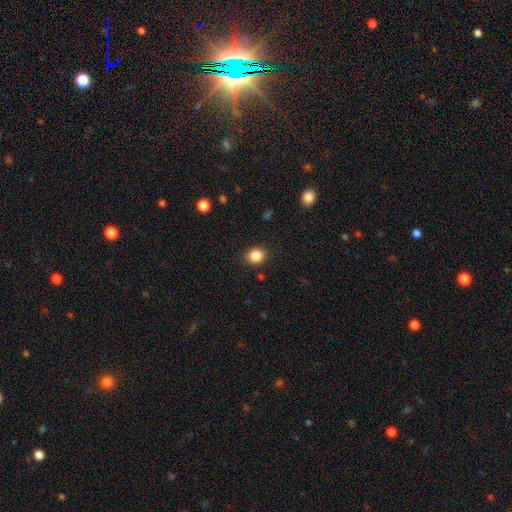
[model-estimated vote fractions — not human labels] Smooth or featured? Predicted: smooth (p=0.86). How rounded? Predicted: round (p=0.77). Merging? Predicted: none (p=0.88).